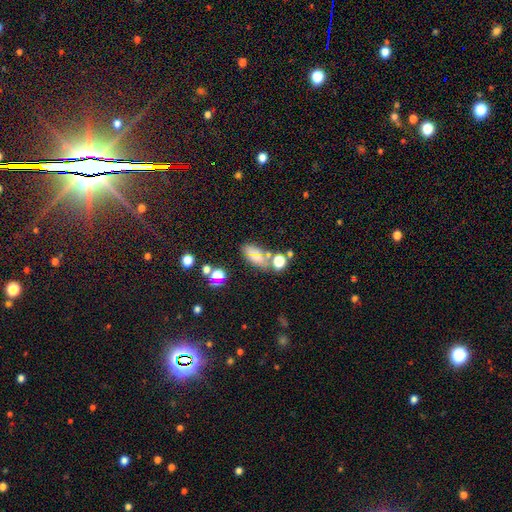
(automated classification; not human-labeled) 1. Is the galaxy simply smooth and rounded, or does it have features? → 60% smooth, 24% star or artifact, 16% featured or disk.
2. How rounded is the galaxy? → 82% in between, 11% round, 8% cigar-shaped.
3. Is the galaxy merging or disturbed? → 58% none, 17% minor disturbance, 17% merger, 8% major disturbance.